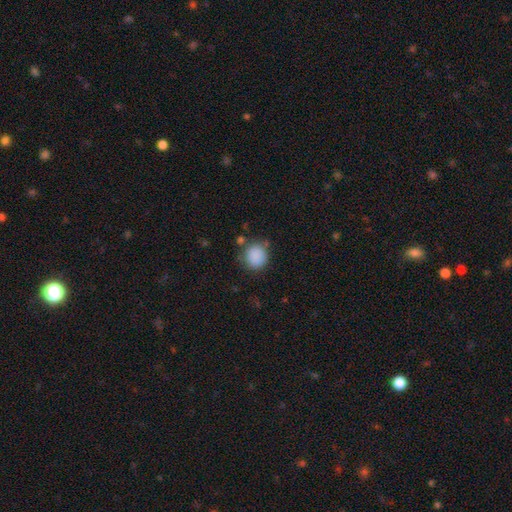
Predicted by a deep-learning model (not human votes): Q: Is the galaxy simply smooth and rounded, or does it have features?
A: smooth — 87%.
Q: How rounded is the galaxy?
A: round — 83%.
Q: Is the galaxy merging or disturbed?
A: none — 75%.